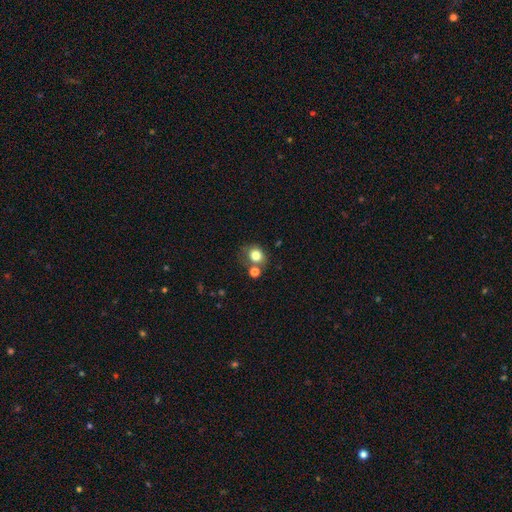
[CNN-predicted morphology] smooth 79%, star or artifact 12%, featured or disk 9%. Down the decision tree: how rounded — round (73%); merging — none (58%).